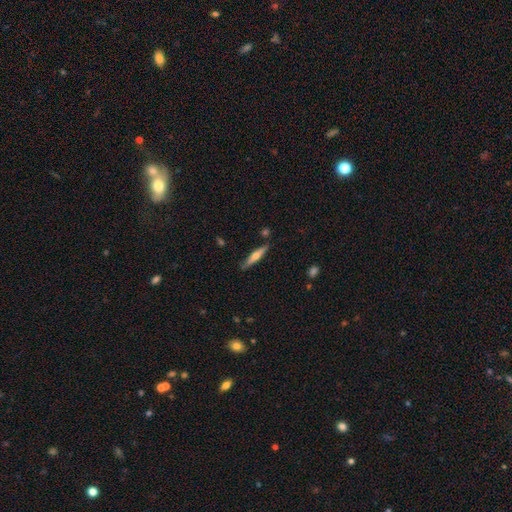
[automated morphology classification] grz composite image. It shows a featured or disk galaxy (52%) viewed edge-on (94%). Merging: none (85%).